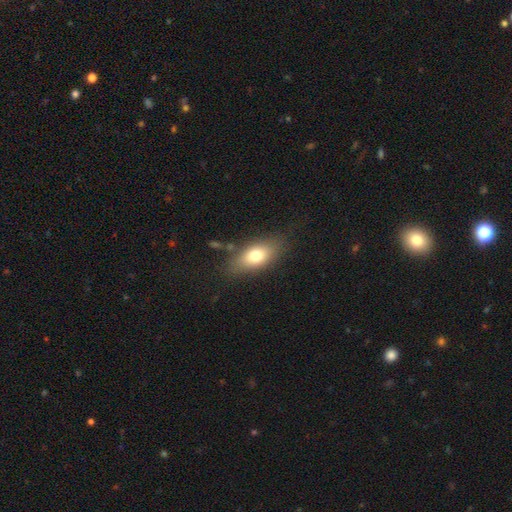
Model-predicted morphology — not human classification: smooth_or_featured: smooth (p=0.73) [alt: featured or disk p=0.19]
how_rounded: in between (p=0.83) [alt: cigar-shaped p=0.09]
merging: none (p=0.77) [alt: minor disturbance p=0.15]